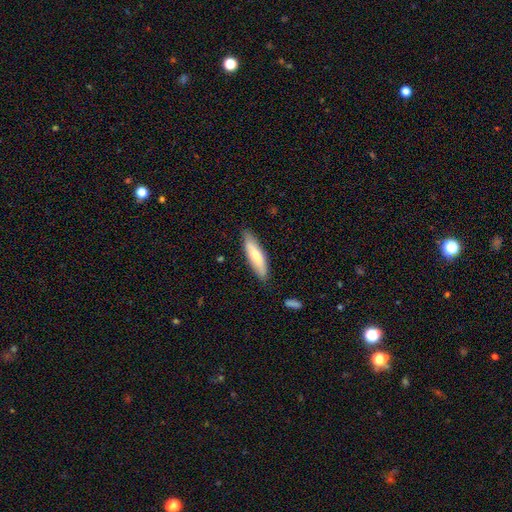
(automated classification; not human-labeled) Overall: smooth (67%; featured or disk 27%). How rounded: cigar-shaped (67%; in between 32%). Merging: none (83%).